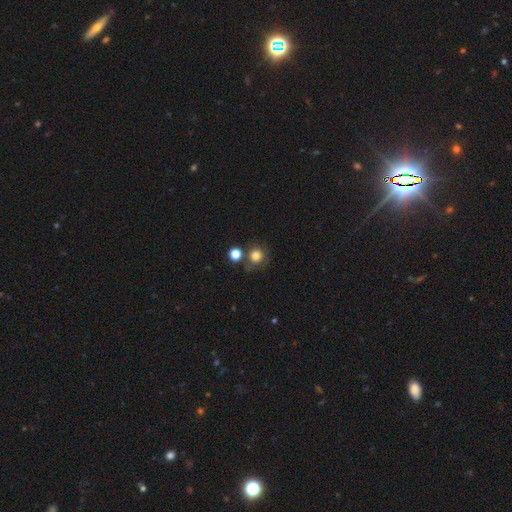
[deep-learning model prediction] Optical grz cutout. It shows a smooth galaxy with no disk features (80%) that is round (87%). Merging: none (65%).